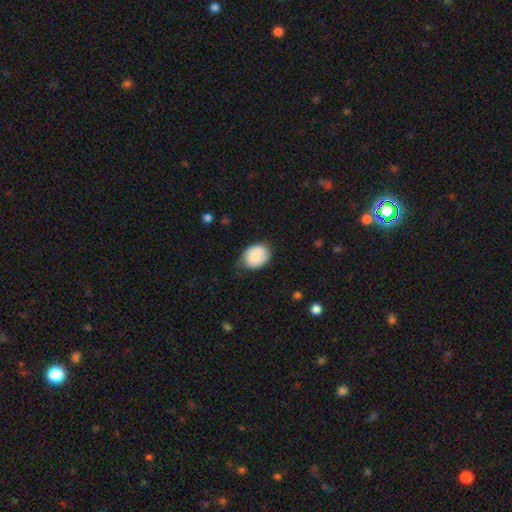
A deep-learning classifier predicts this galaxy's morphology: Smooth or featured? smooth (72%)
How rounded? in between (64%)
Merging? none (60%)